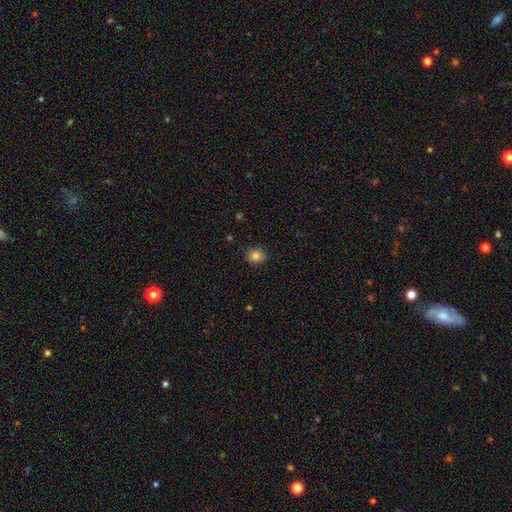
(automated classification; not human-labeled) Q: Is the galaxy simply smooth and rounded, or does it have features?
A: smooth — 84%.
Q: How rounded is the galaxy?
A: round — 77%.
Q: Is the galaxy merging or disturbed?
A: none — 87%.